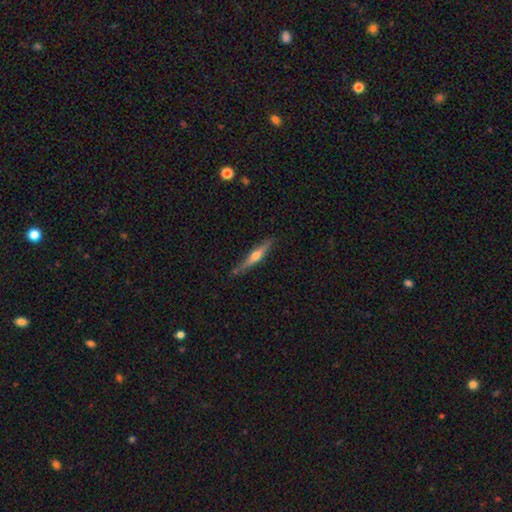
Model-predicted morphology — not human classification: The model was most divided on "smooth or featured": featured or disk: 57%, smooth: 37%, star or artifact: 6%. More confident: edge-on disk — yes (95%); edge-on bulge — rounded (85%); merging — none (79%).